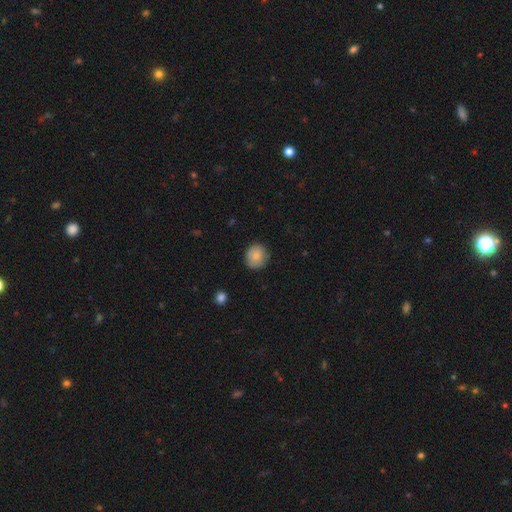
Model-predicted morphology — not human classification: This appears to be a smooth galaxy with no disk features (83%) that is round (86%). Merging: none (83%).